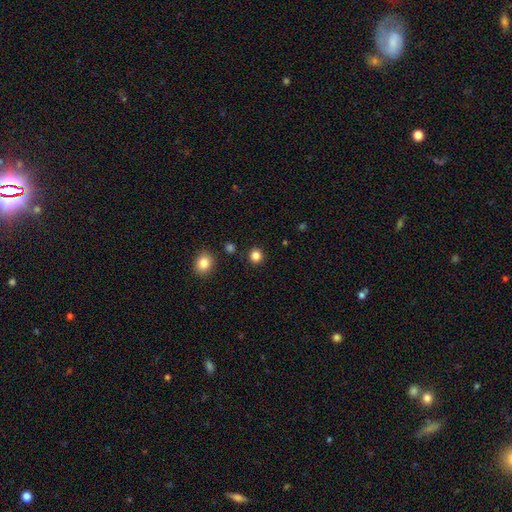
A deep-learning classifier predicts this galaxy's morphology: smooth_or_featured: smooth (p=0.83) [alt: star or artifact p=0.13]
how_rounded: round (p=0.92) [alt: in between p=0.08]
merging: none (p=0.91) [alt: minor disturbance p=0.05]